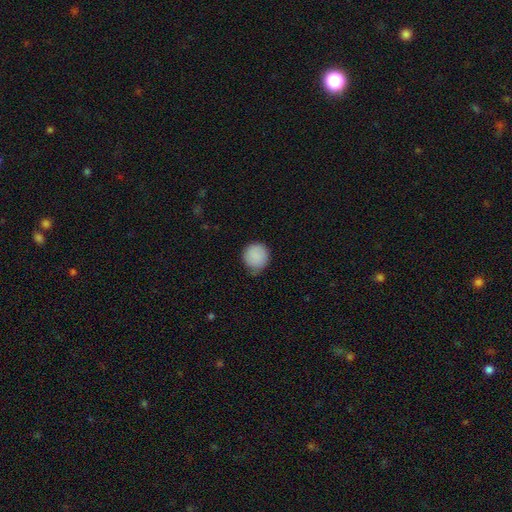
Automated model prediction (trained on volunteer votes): smooth-or-featured: smooth: 88% | star or artifact: 7% | featured or disk: 5%
  how-rounded: round: 90% | in between: 9% | cigar-shaped: 1%
  merging: none: 65% | minor disturbance: 28% | major disturbance: 5% | merger: 2%